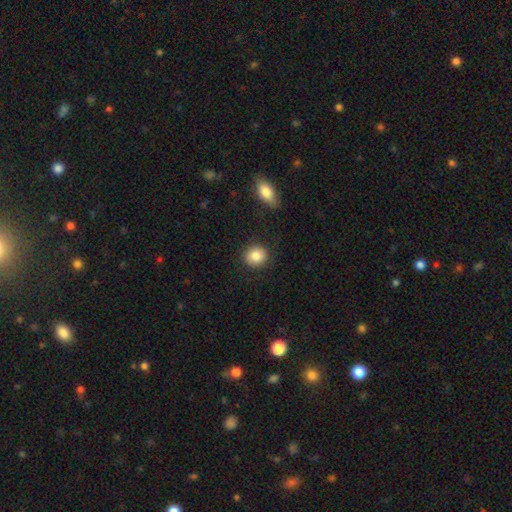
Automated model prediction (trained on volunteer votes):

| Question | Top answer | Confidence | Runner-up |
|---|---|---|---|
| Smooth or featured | smooth | 85% | star or artifact (8%) |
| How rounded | round | 85% | in between (14%) |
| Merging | none | 89% | minor disturbance (7%) |